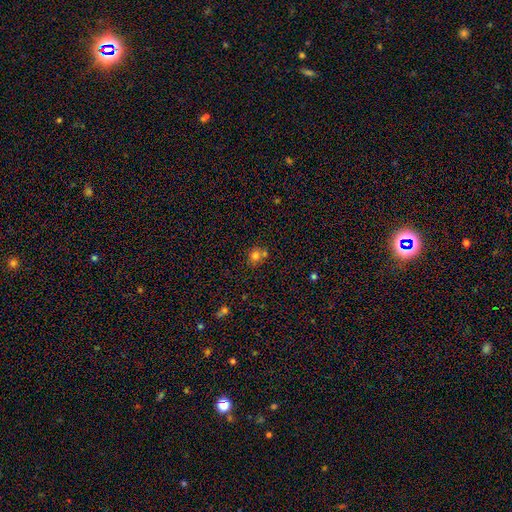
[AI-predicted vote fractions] Q: Smooth or featured?
A: smooth (76%); runner-up: star or artifact (15%)
Q: How rounded?
A: round (72%); runner-up: in between (27%)
Q: Merging?
A: none (56%); runner-up: merger (29%)